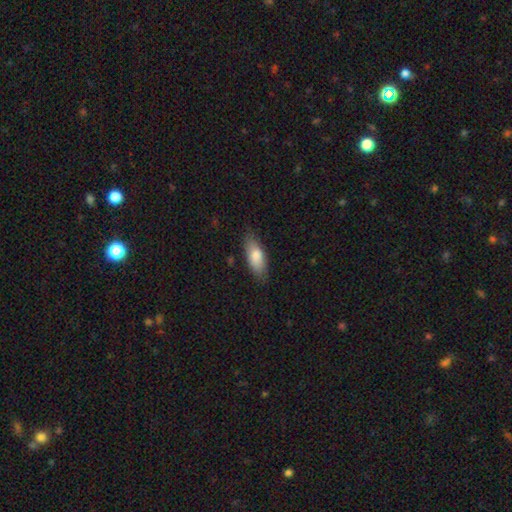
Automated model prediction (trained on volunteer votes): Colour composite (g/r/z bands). It shows a smooth galaxy with no disk features (79%) that is in between round and cigar-shaped (80%). Merging: none (79%).